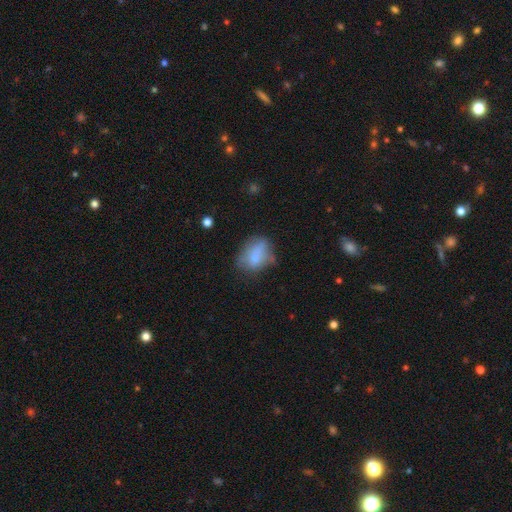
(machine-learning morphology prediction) This appears to be a smooth galaxy with no disk features (70%) that is in between round and cigar-shaped (65%). Merging: none (47%).